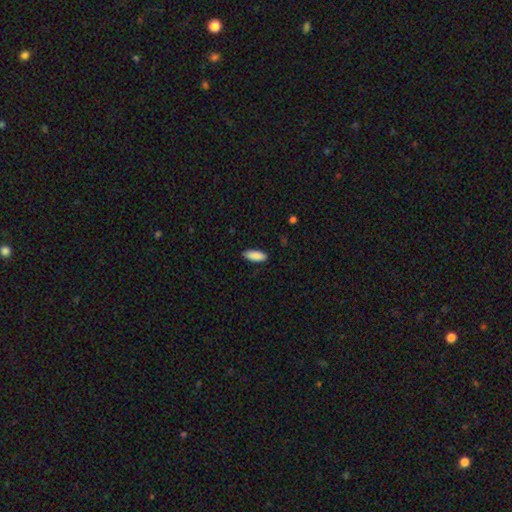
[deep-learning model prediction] smooth 90%, star or artifact 6%, featured or disk 4%. Down the decision tree: how rounded — in between (77%); merging — none (87%).